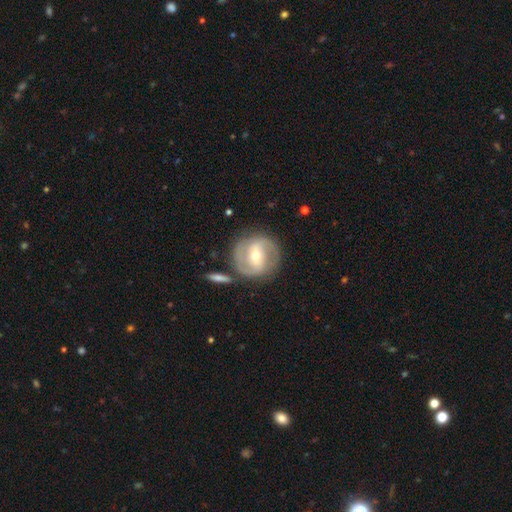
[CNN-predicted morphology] Q: Smooth or featured?
A: featured or disk (80%); runner-up: smooth (15%)
Q: Edge-on disk?
A: no (96%); runner-up: yes (4%)
Q: Bar?
A: weak (41%); runner-up: strong (36%)
Q: Spiral arms?
A: yes (90%); runner-up: no (10%)
Q: Spiral winding?
A: medium (46%); runner-up: tight (37%)
Q: Spiral arm count?
A: 2 (86%); runner-up: can't tell (7%)
Q: Bulge size?
A: moderate (60%); runner-up: small (36%)
Q: Merging?
A: none (79%); runner-up: minor disturbance (11%)